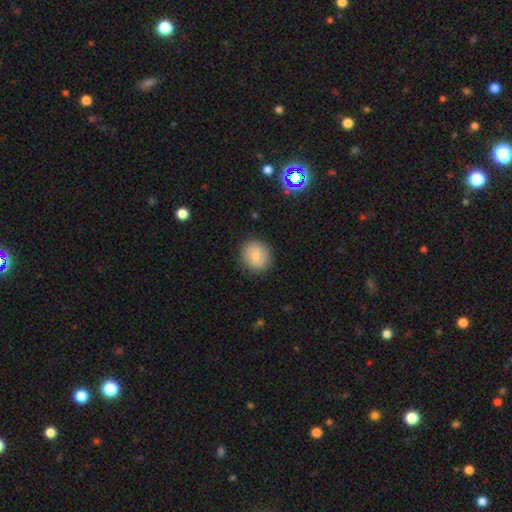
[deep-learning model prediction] This is likely a smooth galaxy (75%). How rounded: clearly round (87%). Merging: clearly none (86%).